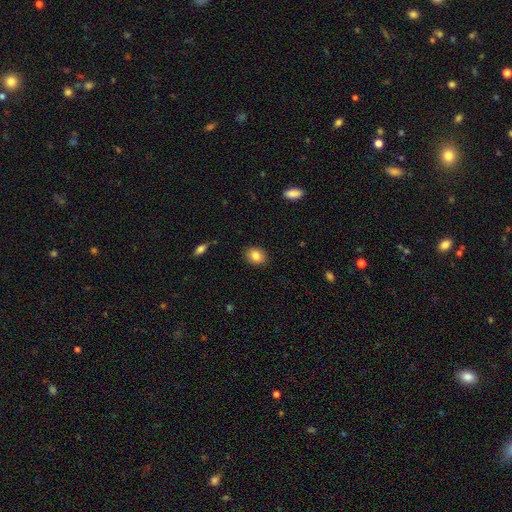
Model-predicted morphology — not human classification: A smooth galaxy with no disk features (85%) that is in between round and cigar-shaped (54%). Merging: none (88%).